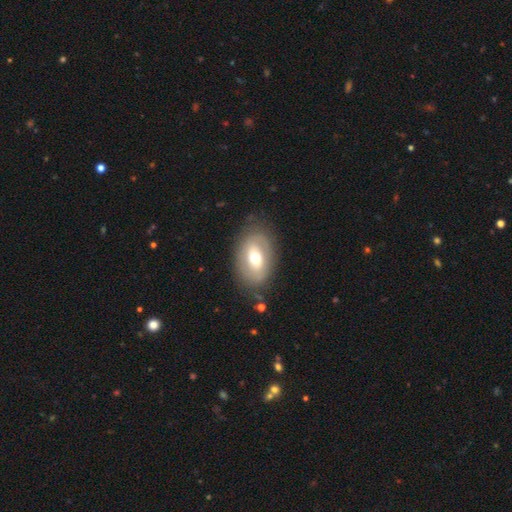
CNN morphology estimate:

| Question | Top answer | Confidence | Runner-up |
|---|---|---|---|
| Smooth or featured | smooth | 51% | featured or disk (31%) |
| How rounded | in between | 82% | round (16%) |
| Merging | none | 85% | minor disturbance (10%) |